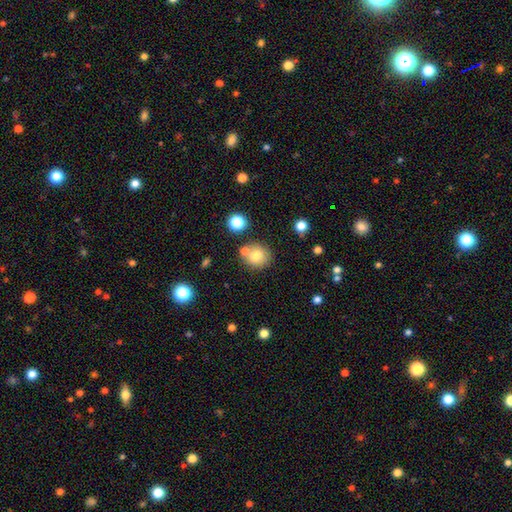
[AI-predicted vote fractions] smooth_or_featured: smooth (p=0.76) [alt: star or artifact p=0.12]
how_rounded: round (p=0.86) [alt: in between p=0.13]
merging: none (p=0.69) [alt: merger p=0.18]